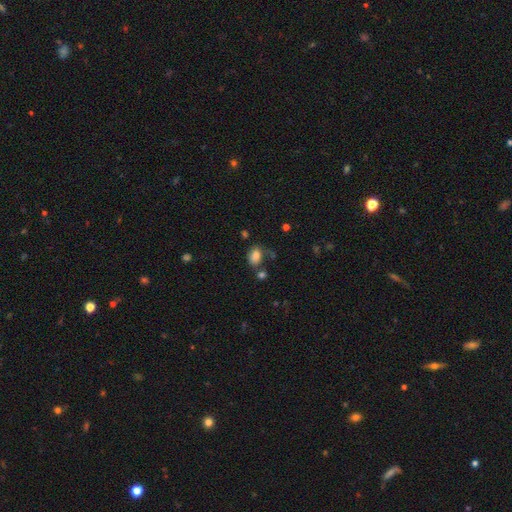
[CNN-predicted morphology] Smooth or featured: smooth — 80% (star or artifact — 11%)
How rounded: in between — 75% (round — 24%)
Merging: none — 58% (minor disturbance — 21%)